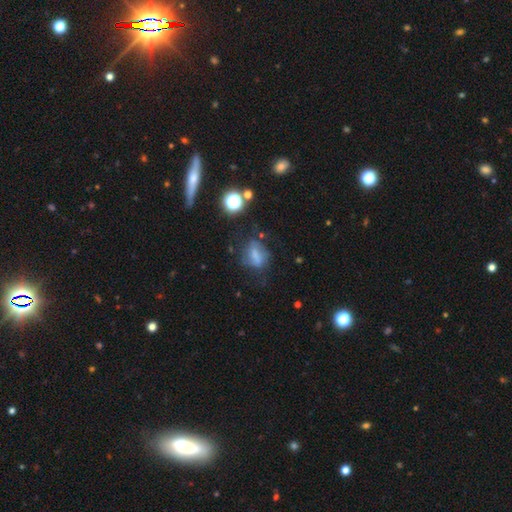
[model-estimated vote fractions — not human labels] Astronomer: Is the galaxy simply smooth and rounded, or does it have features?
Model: smooth — 54% (runner-up: featured or disk, 30%).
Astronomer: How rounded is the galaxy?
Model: in between — 66%.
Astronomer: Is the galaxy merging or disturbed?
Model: none — 48% (runner-up: minor disturbance, 26%).